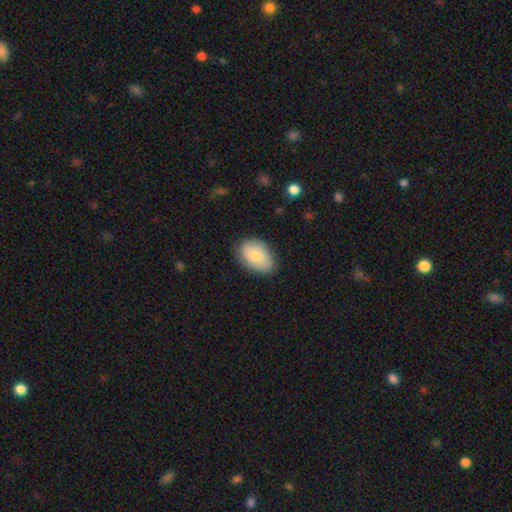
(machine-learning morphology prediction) Q: Smooth or featured?
A: smooth (81%); runner-up: featured or disk (13%)
Q: How rounded?
A: in between (89%); runner-up: round (10%)
Q: Merging?
A: none (81%); runner-up: minor disturbance (15%)